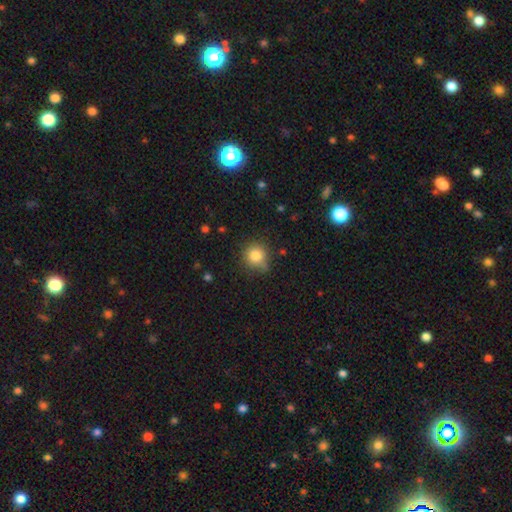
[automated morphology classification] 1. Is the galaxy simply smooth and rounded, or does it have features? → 82% smooth, 11% star or artifact, 6% featured or disk.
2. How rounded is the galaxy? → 90% round, 9% in between, 1% cigar-shaped.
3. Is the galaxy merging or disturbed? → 70% none, 21% minor disturbance, 5% major disturbance, 4% merger.